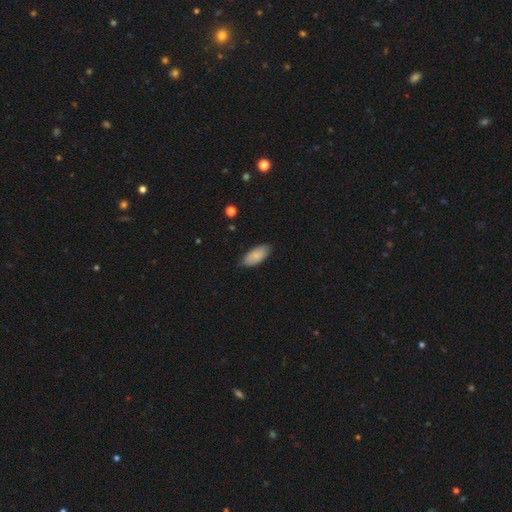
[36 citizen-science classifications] A smooth galaxy with no disk features (83%) that is in between round and cigar-shaped (93%). Merging: none (94%).